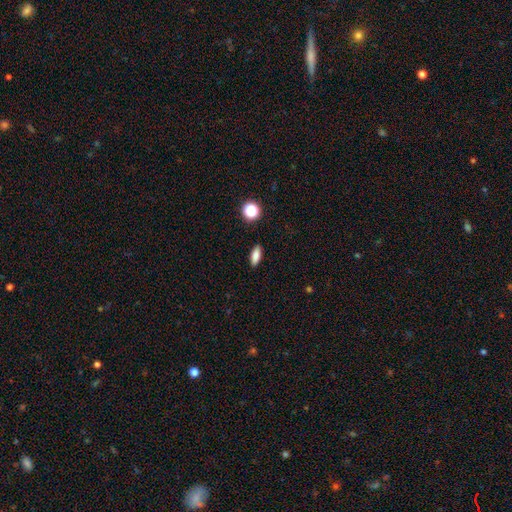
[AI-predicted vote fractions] Smooth or featured: smooth — 82% (star or artifact — 9%)
How rounded: in between — 72% (cigar-shaped — 22%)
Merging: none — 90% (minor disturbance — 7%)